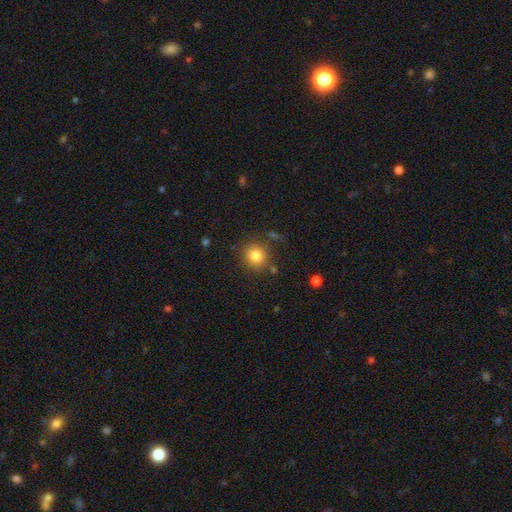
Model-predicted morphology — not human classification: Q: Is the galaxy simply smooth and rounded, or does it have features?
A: smooth — 83%.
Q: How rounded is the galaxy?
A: round — 90%.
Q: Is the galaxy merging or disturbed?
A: none — 83%.